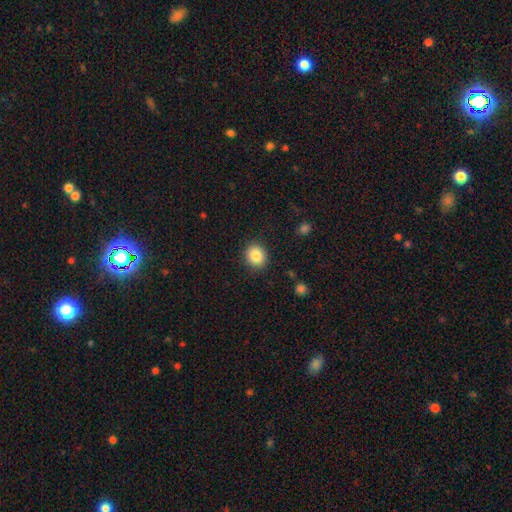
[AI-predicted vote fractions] smooth-or-featured: smooth: 85% | star or artifact: 9% | featured or disk: 6%
  how-rounded: round: 77% | in between: 22% | cigar-shaped: 1%
  merging: none: 89% | minor disturbance: 8% | major disturbance: 2% | merger: 1%